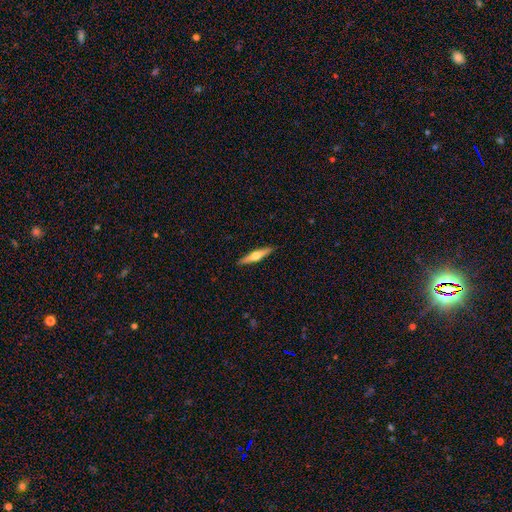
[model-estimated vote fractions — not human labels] featured or disk 64%, smooth 31%, star or artifact 5%. Down the decision tree: edge-on disk — yes (97%); edge-on bulge — rounded (94%); merging — none (92%).